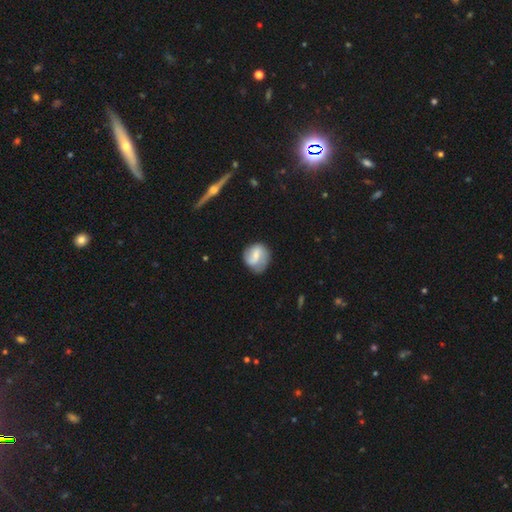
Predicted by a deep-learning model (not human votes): Morphology: type=featured or disk (50%); merging=none (66%).